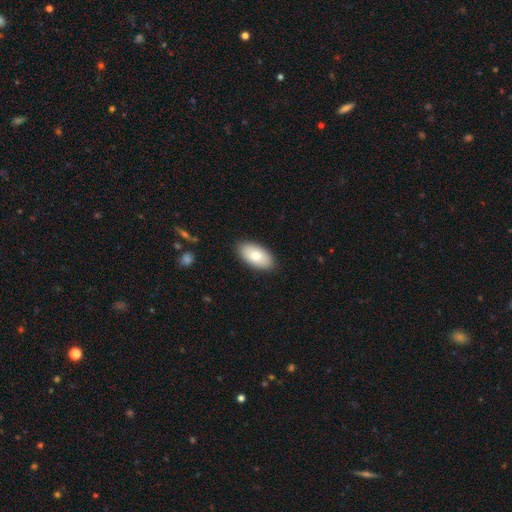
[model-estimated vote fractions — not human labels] The model was most divided on "smooth or featured": smooth: 79%, featured or disk: 15%, star or artifact: 6%. More confident: how rounded — in between (95%); merging — none (88%).